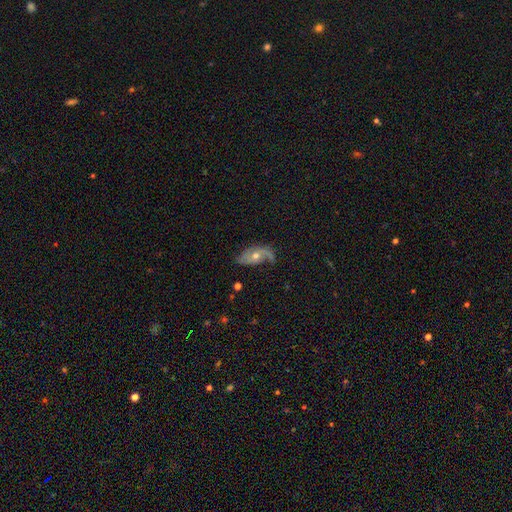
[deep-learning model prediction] A featured or disk galaxy (78%) with no bar (71%), 2 (69%) loose (50%) spiral arms (91%) and a moderate central bulge (59%).

Vote fractions:
- Smooth or featured? featured or disk: 78% / smooth: 14% / star or artifact: 8%
- Edge-on disk? no: 95% / yes: 5%
- Bar? no: 71% / weak: 23% / strong: 6%
- Spiral arms? yes: 91% / no: 9%
- Spiral winding? loose: 50% / medium: 34% / tight: 16%
- Spiral arm count? 2: 69% / 1: 18% / can't tell: 7% / 3: 2% / 4: 1% / more than 4: 1%
- Bulge size? moderate: 59% / small: 36% / large: 3% / none: 1% / dominant: 1%
- Merging? none: 56% / minor disturbance: 24% / major disturbance: 18% / merger: 2%